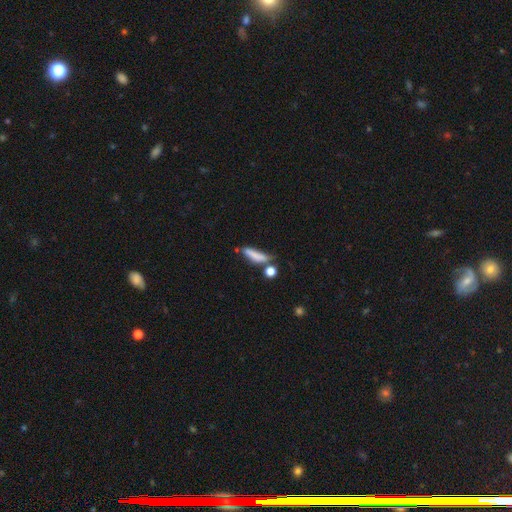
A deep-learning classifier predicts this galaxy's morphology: The model was most divided on "merging": none: 43%, minor disturbance: 22%, merger: 21%, major disturbance: 13%. More confident: smooth or featured — smooth (73%); how rounded — cigar-shaped (69%).